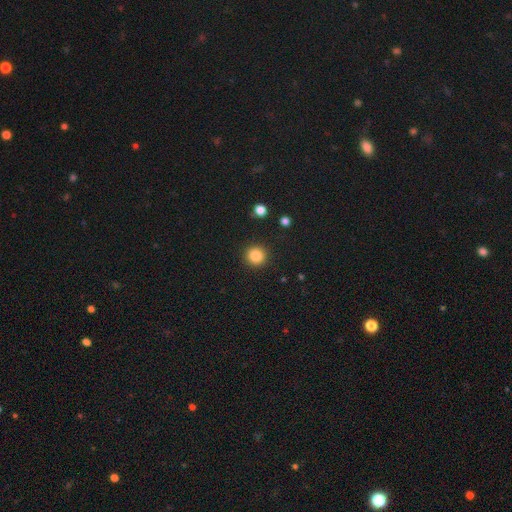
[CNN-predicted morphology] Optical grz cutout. It shows a smooth galaxy with no disk features (85%) that is round (94%). Merging: none (91%).